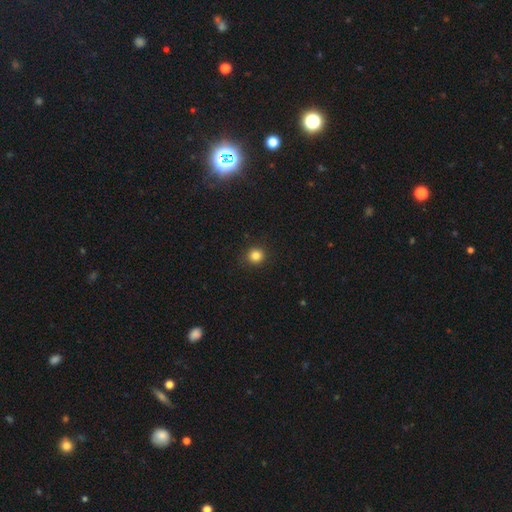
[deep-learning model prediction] Smooth or featured: smooth — 83% (star or artifact — 12%)
How rounded: round — 92% (in between — 7%)
Merging: none — 90% (minor disturbance — 6%)